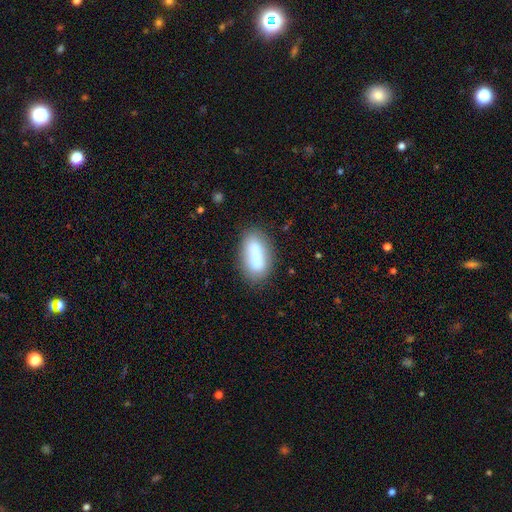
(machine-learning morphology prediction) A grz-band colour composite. It shows a smooth galaxy with no disk features (73%) that is in between round and cigar-shaped (83%). Merging: none (56%).